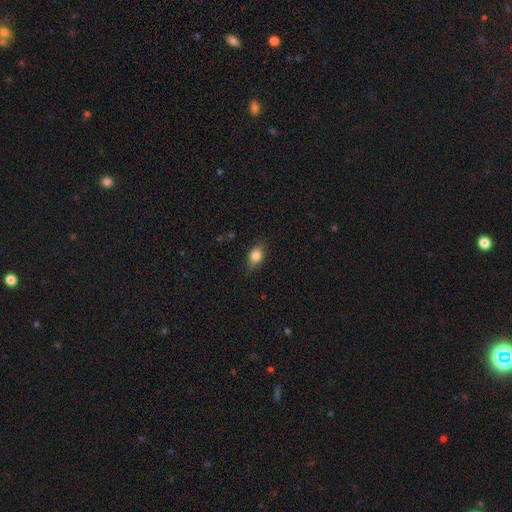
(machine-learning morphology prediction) smooth_or_featured: smooth (p=0.83) [alt: featured or disk p=0.08]
how_rounded: in between (p=0.76) [alt: round p=0.21]
merging: none (p=0.82) [alt: minor disturbance p=0.14]